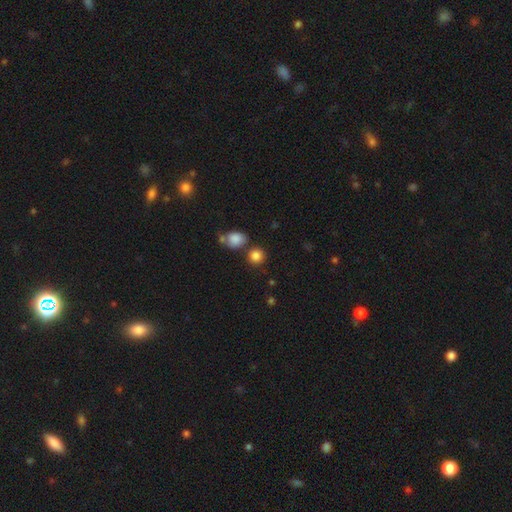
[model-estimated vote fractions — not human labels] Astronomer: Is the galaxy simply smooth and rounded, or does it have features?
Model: smooth — 84%.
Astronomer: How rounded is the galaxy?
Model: round — 87%.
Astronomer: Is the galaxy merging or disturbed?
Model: none — 74%.